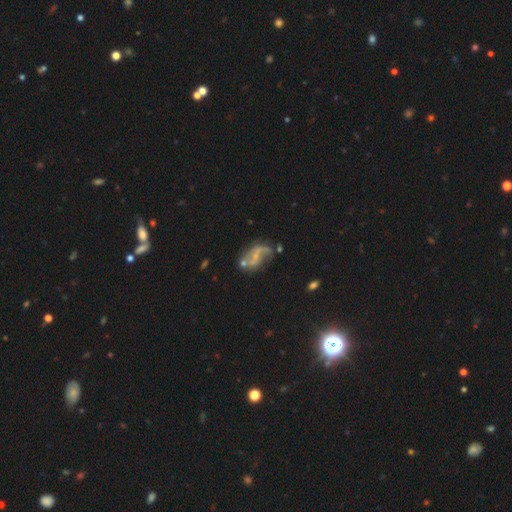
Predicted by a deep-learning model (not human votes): Smooth or featured? Predicted: featured or disk (p=0.75). Edge-on disk? Predicted: no (p=0.97). Bar? Predicted: no (p=0.41). Spiral arms? Predicted: yes (p=0.82). Spiral winding? Predicted: loose (p=0.76). Spiral arm count? Predicted: 2 (p=0.77). Bulge size? Predicted: small (p=0.49). Merging? Predicted: none (p=0.41).